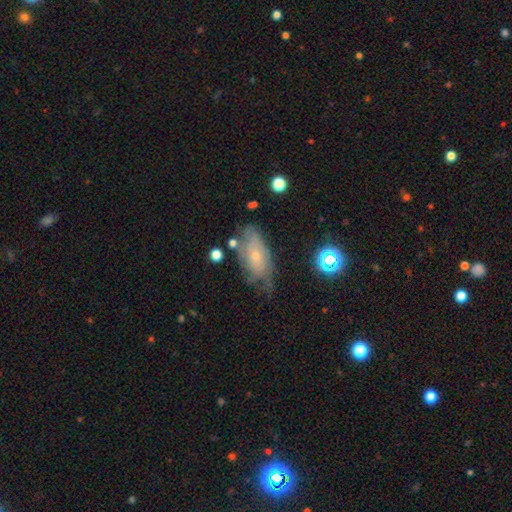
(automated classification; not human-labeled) The model was most divided on "smooth or featured": featured or disk: 49%, smooth: 41%, star or artifact: 10%. Remaining: merging — none (47%).